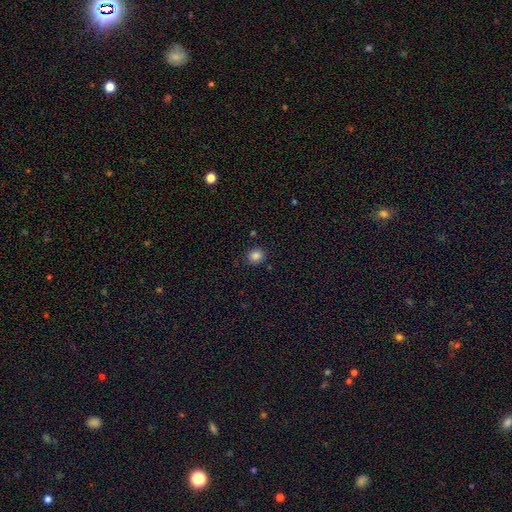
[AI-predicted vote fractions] Overall: smooth (84%). How rounded: round (81%). Merging: none (86%).